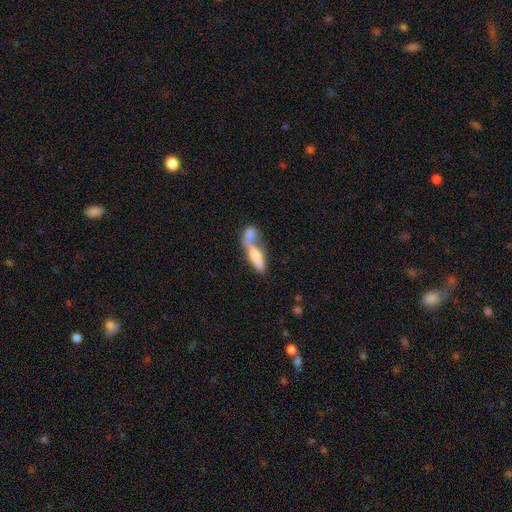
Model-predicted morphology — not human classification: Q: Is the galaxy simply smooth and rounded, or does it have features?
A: smooth — 60%.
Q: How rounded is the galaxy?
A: cigar-shaped — 52%.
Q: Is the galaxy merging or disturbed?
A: merger — 63%.